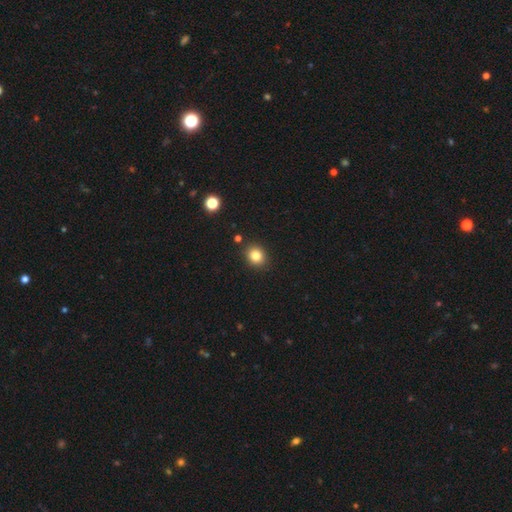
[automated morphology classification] The model was most divided on "how rounded": round: 70%, in between: 29%, cigar-shaped: 1%. More confident: merging — none (88%); smooth or featured — smooth (83%).